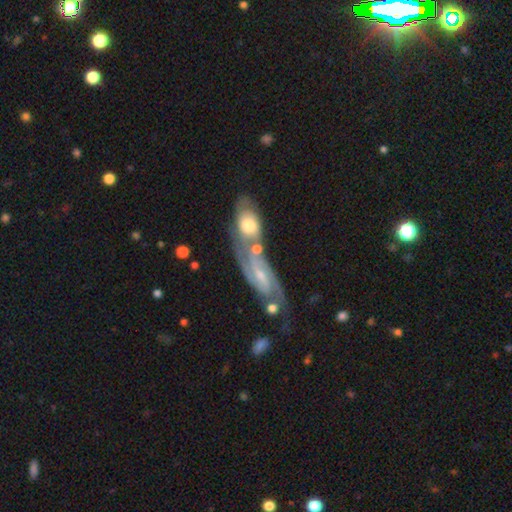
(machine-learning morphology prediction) featured or disk 37%, smooth 32%, star or artifact 30%. Down the decision tree: merging — merger (54%).